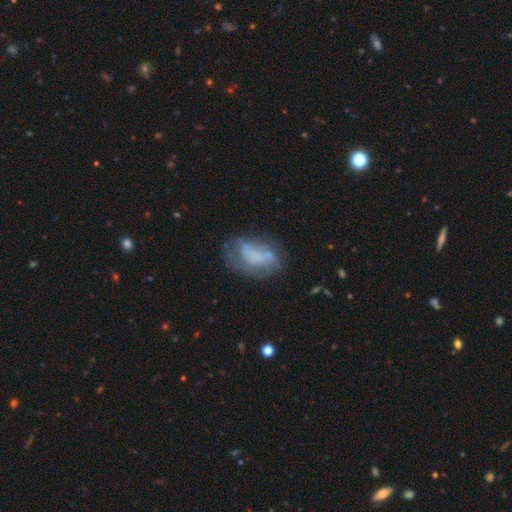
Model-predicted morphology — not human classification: smooth_or_featured: featured or disk (p=0.48) [alt: smooth p=0.41]
merging: none (p=0.43) [alt: minor disturbance p=0.26]